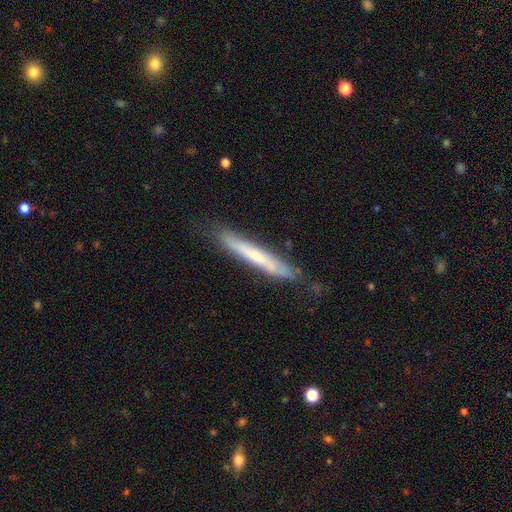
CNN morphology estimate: This appears to be a featured or disk galaxy (53%) viewed edge-on (80%). Merging: none (73%).